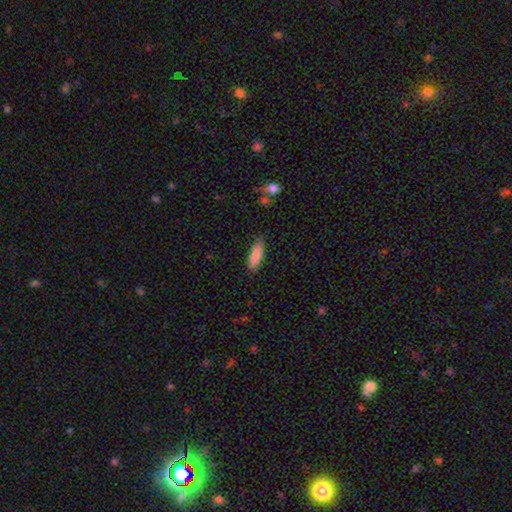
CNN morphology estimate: smooth 84%, featured or disk 10%, star or artifact 6%. Down the decision tree: how rounded — cigar-shaped (50%); merging — none (85%).